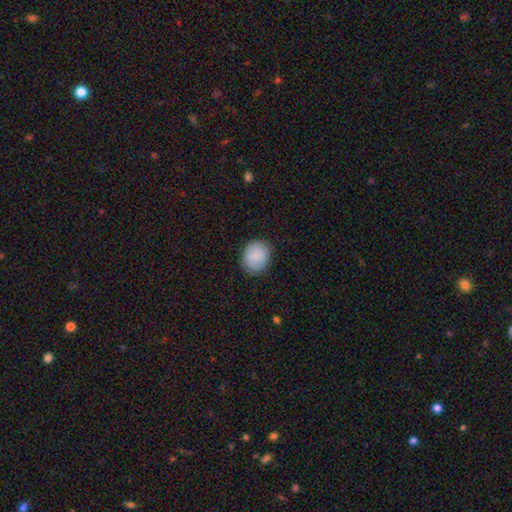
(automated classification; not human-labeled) Smooth or featured: smooth — 87% (star or artifact — 7%)
How rounded: round — 66% (in between — 33%)
Merging: none — 84% (minor disturbance — 13%)